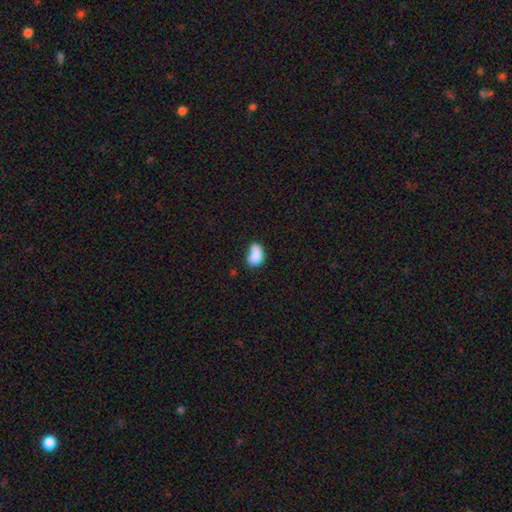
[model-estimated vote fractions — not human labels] This appears to be a smooth galaxy with no disk features (80%) that is in between round and cigar-shaped (80%). Merging: none (36%).